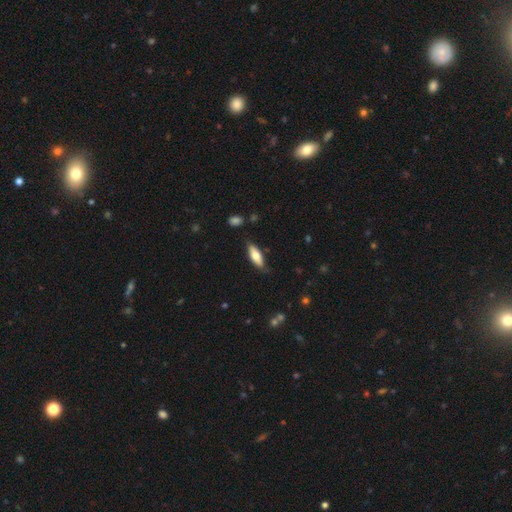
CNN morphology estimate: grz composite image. It shows a smooth galaxy with no disk features (70%) that is in between round and cigar-shaped (68%). Merging: none (79%).